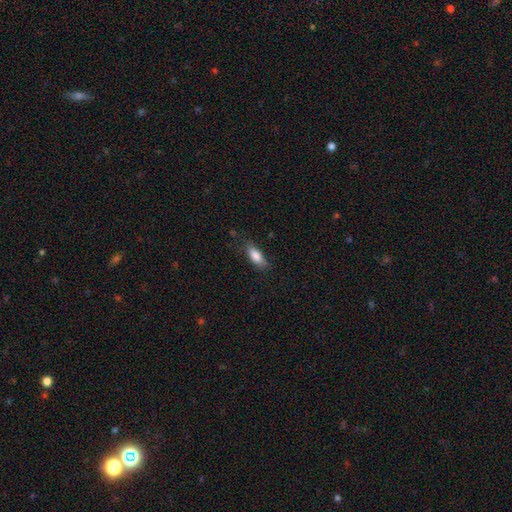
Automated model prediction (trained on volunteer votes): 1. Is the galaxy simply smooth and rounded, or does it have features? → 83% smooth, 10% featured or disk, 7% star or artifact.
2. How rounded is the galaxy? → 76% in between, 22% cigar-shaped, 2% round.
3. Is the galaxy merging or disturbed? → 75% none, 19% minor disturbance, 5% major disturbance, 1% merger.